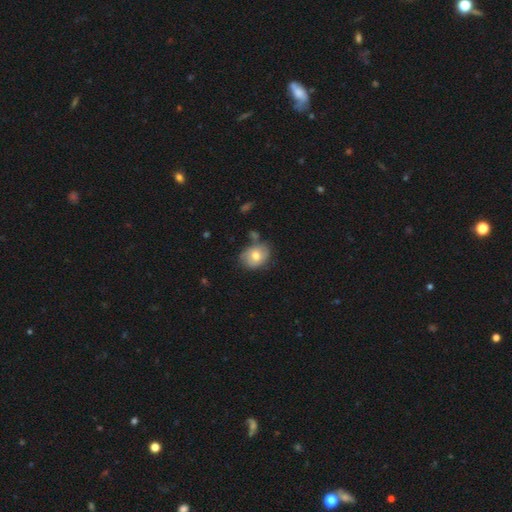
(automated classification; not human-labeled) Smooth or featured: smooth — 65% (featured or disk — 27%)
How rounded: in between — 53% (round — 46%)
Merging: none — 61% (minor disturbance — 25%)